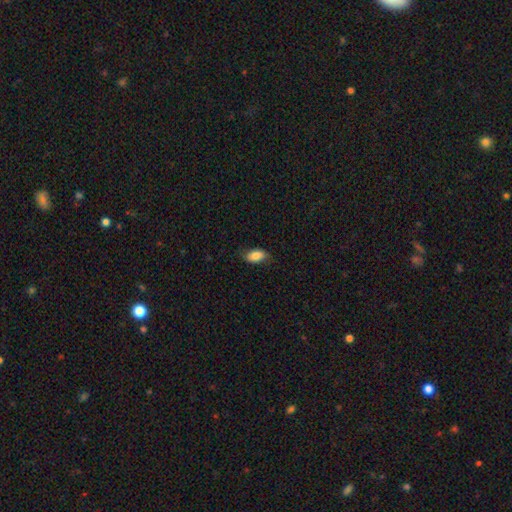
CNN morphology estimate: smooth-or-featured: smooth: 85% | featured or disk: 8% | star or artifact: 7%
  how-rounded: in between: 92% | round: 5% | cigar-shaped: 4%
  merging: none: 77% | minor disturbance: 18% | major disturbance: 4% | merger: 1%